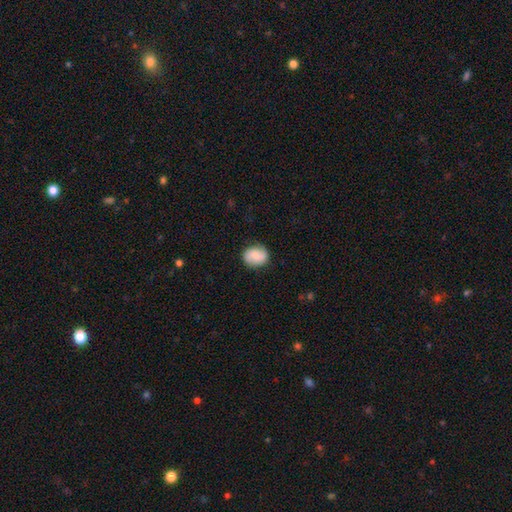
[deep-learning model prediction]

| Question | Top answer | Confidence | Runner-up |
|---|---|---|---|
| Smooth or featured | smooth | 69% | featured or disk (24%) |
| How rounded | round | 63% | in between (36%) |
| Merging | none | 83% | minor disturbance (13%) |